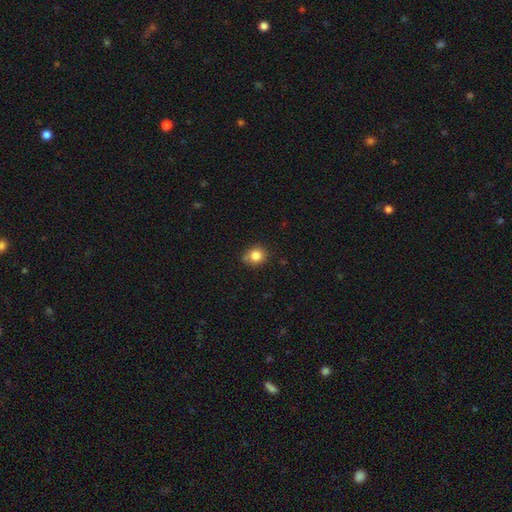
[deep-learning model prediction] Smooth or featured: smooth — 83% (star or artifact — 11%)
How rounded: round — 82% (in between — 17%)
Merging: none — 74% (minor disturbance — 17%)